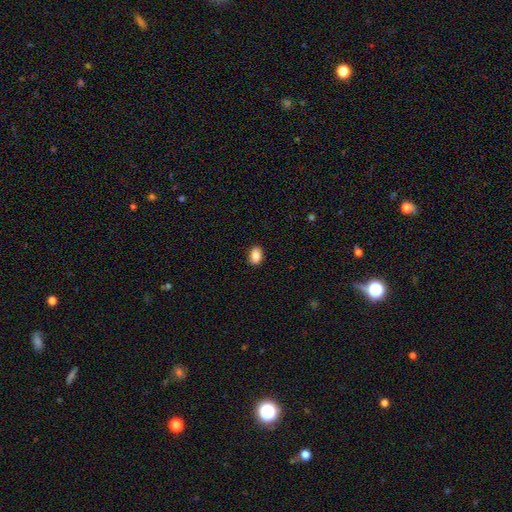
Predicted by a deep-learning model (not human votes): This is clearly a smooth galaxy (87%). How rounded: clearly in between (82%). Merging: clearly none (88%).